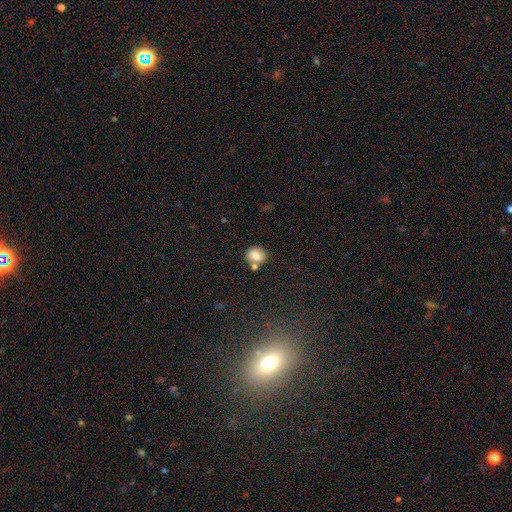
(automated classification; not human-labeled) Morphology: type=smooth (79%); roundness=round (61%); merging=none (61%).